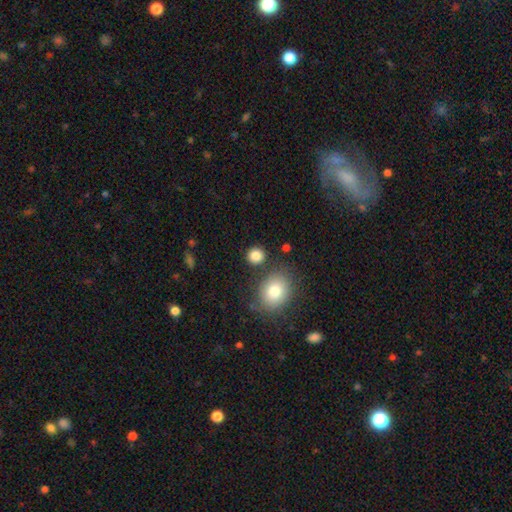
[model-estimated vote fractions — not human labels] Q: Smooth or featured?
A: smooth (85%); runner-up: star or artifact (10%)
Q: How rounded?
A: round (83%); runner-up: in between (16%)
Q: Merging?
A: none (82%); runner-up: minor disturbance (9%)